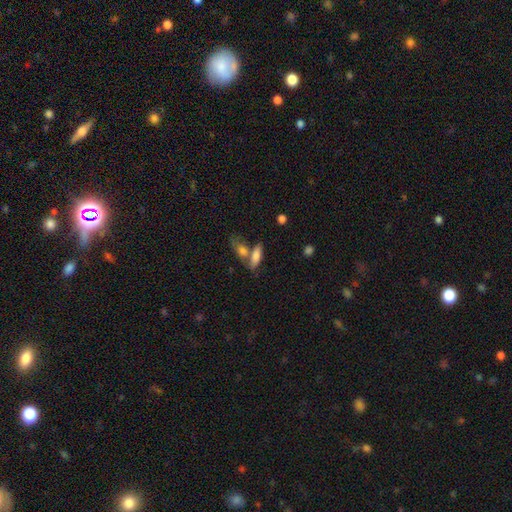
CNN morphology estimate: A smooth galaxy with no disk features (76%) that is in between round and cigar-shaped (61%). Merging: none (42%).